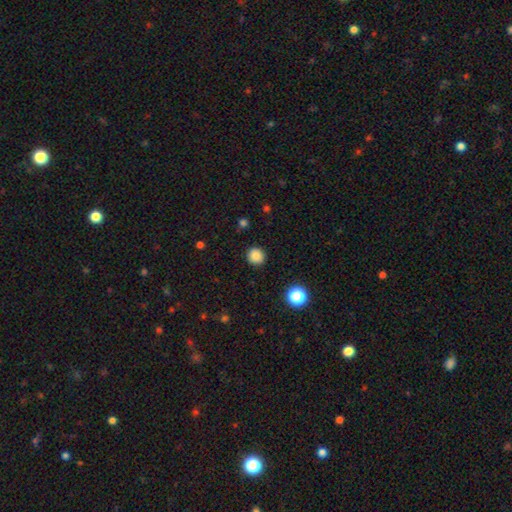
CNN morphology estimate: Smooth or featured? Predicted: smooth (p=0.85). How rounded? Predicted: round (p=0.93). Merging? Predicted: none (p=0.92).